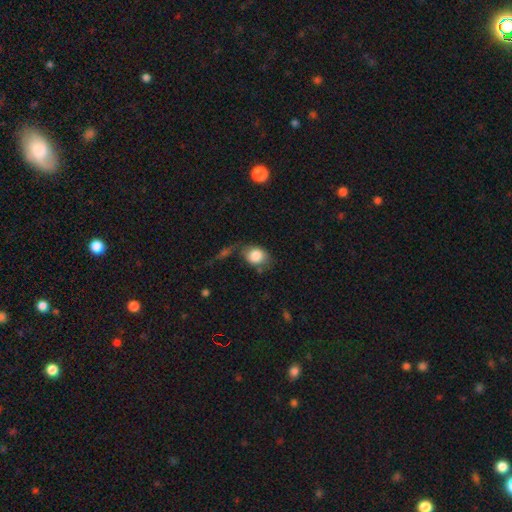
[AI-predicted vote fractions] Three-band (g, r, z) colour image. It shows a smooth galaxy with no disk features (82%) that is in between round and cigar-shaped (53%). Merging: none (49%).